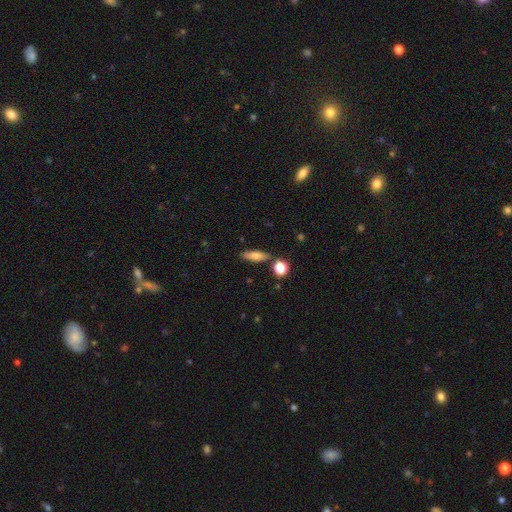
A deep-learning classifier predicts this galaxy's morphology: smooth 70%, featured or disk 21%, star or artifact 9%. Down the decision tree: how rounded — in between (50%); merging — none (80%).